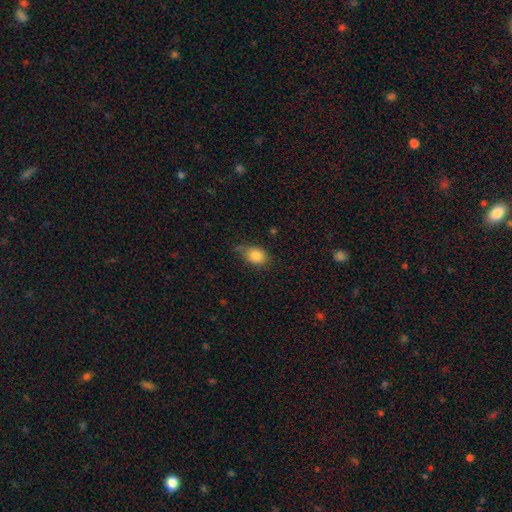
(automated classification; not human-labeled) Q: Smooth or featured?
A: smooth (84%); runner-up: star or artifact (9%)
Q: How rounded?
A: in between (70%); runner-up: round (29%)
Q: Merging?
A: none (64%); runner-up: minor disturbance (27%)